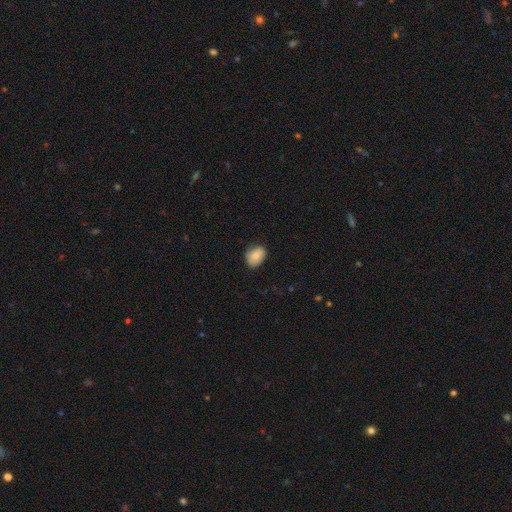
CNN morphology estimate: Smooth or featured? smooth (81%)
How rounded? in between (65%)
Merging? none (73%)